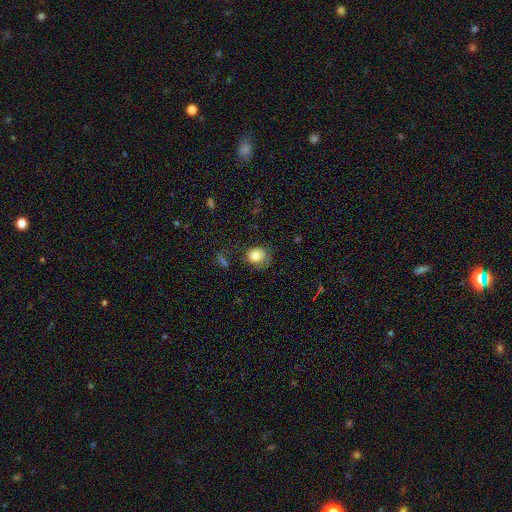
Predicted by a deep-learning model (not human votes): This is clearly a smooth galaxy (82%). How rounded: likely round (68%). Merging: possibly none (56%).